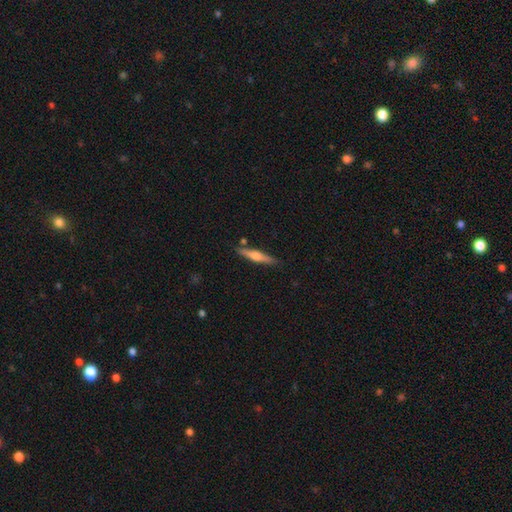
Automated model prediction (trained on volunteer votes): Smooth or featured? Predicted: featured or disk (p=0.55). Edge-on disk? Predicted: yes (p=0.96). Edge-on bulge? Predicted: rounded (p=0.87). Merging? Predicted: none (p=0.84).